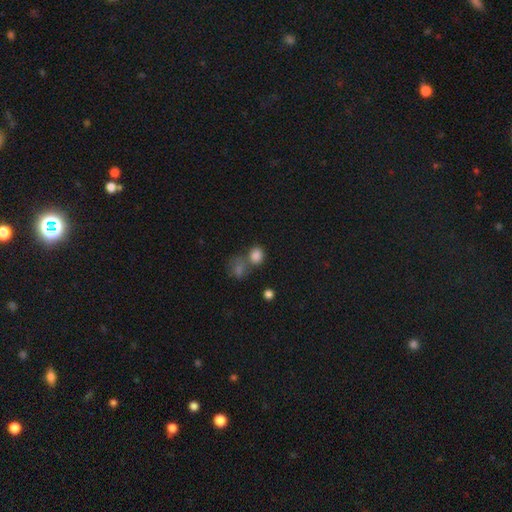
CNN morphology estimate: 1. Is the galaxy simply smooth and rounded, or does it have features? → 82% smooth, 12% star or artifact, 6% featured or disk.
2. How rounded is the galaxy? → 51% round, 47% in between, 1% cigar-shaped.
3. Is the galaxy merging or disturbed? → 45% none, 36% merger, 12% minor disturbance, 6% major disturbance.